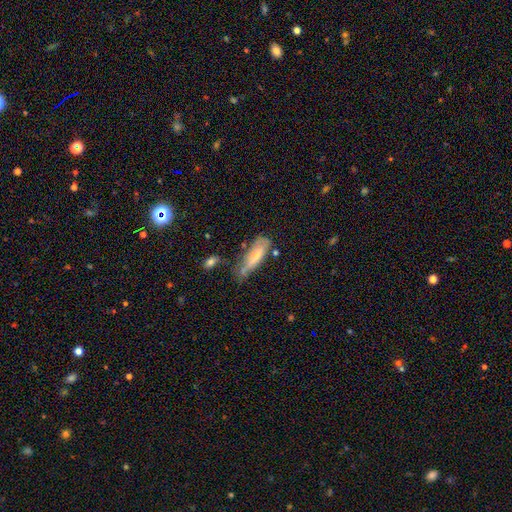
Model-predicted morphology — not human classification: Overall: smooth (57%; featured or disk 34%). How rounded: cigar-shaped (51%; in between 47%). Merging: none (52%; minor disturbance 31%).